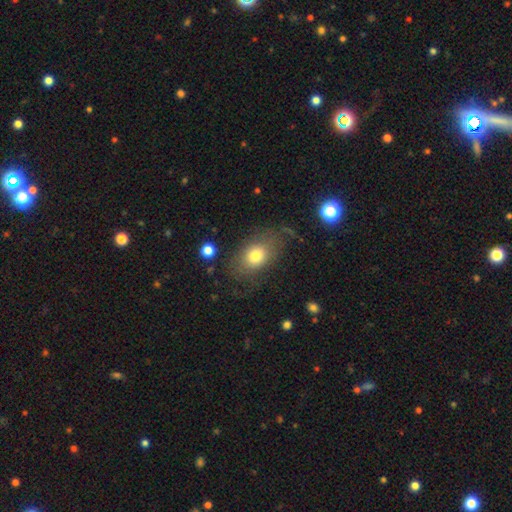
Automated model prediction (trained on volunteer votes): smooth 72%, featured or disk 19%, star or artifact 10%. Down the decision tree: how rounded — in between (74%); merging — none (65%).